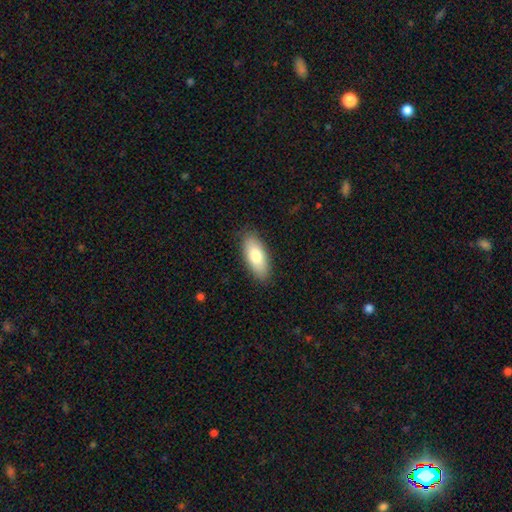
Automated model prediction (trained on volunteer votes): smooth-or-featured: smooth: 78% | featured or disk: 16% | star or artifact: 6%
  how-rounded: in between: 83% | cigar-shaped: 14% | round: 2%
  merging: none: 87% | minor disturbance: 10% | major disturbance: 2% | merger: 1%